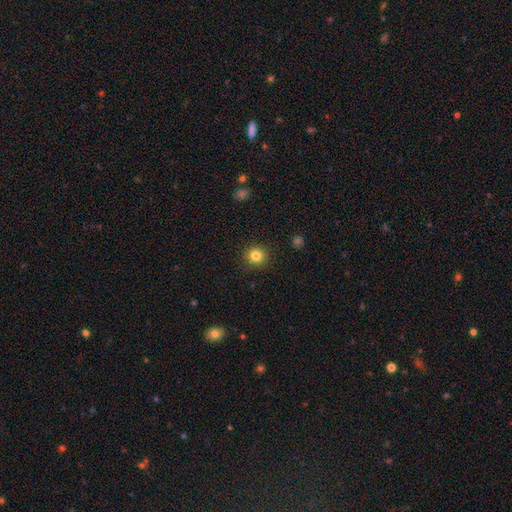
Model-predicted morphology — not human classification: Smooth or featured? Predicted: smooth (p=0.83). How rounded? Predicted: round (p=0.91). Merging? Predicted: none (p=0.91).